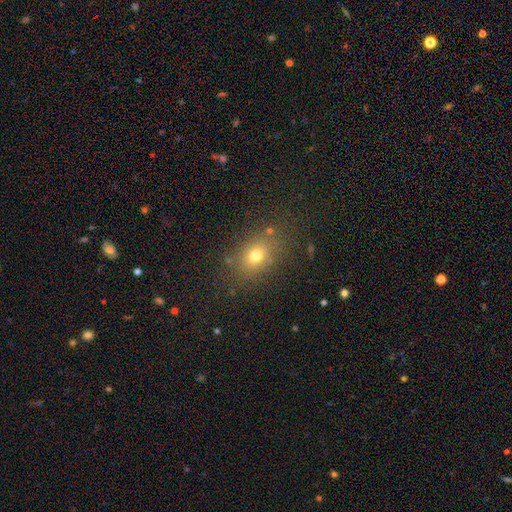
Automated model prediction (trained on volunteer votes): Smooth or featured?
  - smooth: 71% *
  - star or artifact: 17%
  - featured or disk: 12%
How rounded?
  - in between: 65% *
  - round: 33%
  - cigar-shaped: 2%
Merging?
  - none: 79% *
  - minor disturbance: 12%
  - major disturbance: 6%
  - merger: 3%